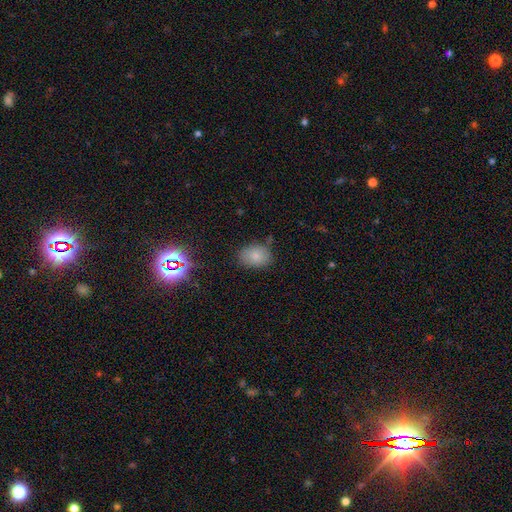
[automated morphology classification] smooth-or-featured: smooth: 79% | star or artifact: 12% | featured or disk: 10%
  how-rounded: in between: 70% | round: 29% | cigar-shaped: 1%
  merging: none: 74% | minor disturbance: 18% | major disturbance: 4% | merger: 3%